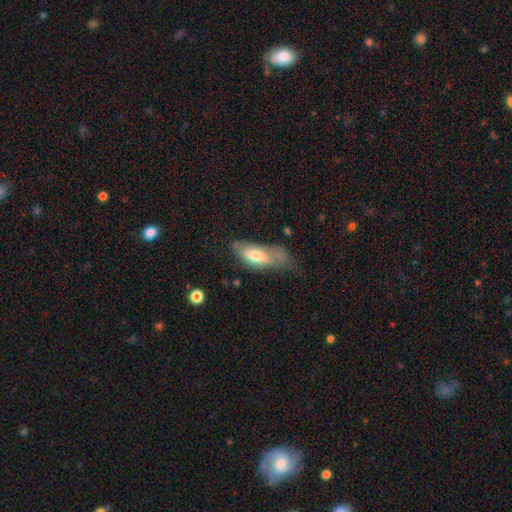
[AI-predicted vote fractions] The model was most divided on "merging": minor disturbance: 37%, none: 35%, major disturbance: 25%, merger: 4%. More confident: how rounded — in between (73%); smooth or featured — smooth (66%).